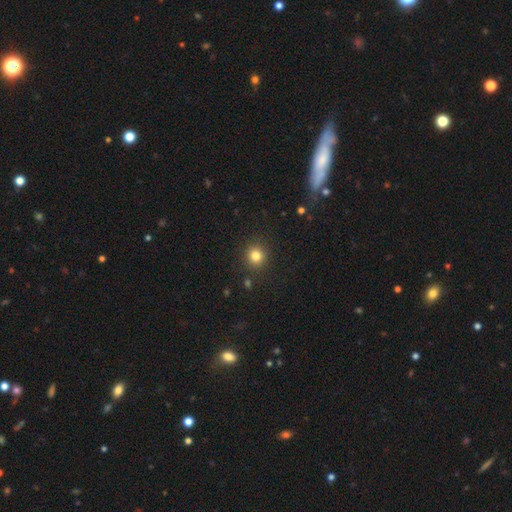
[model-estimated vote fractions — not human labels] Morphology: type=smooth (82%); roundness=round (91%); merging=none (89%).